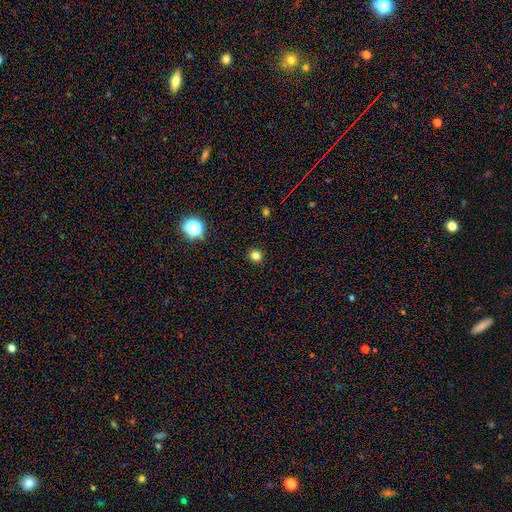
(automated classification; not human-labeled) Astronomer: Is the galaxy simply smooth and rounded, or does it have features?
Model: smooth — 80%.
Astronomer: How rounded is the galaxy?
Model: round — 85%.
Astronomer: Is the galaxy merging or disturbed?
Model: none — 91%.